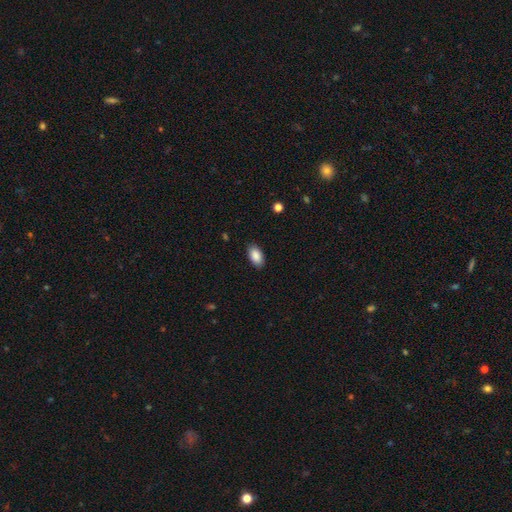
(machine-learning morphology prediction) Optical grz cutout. It shows a smooth galaxy with no disk features (89%) that is in between round and cigar-shaped (94%). Merging: none (88%).